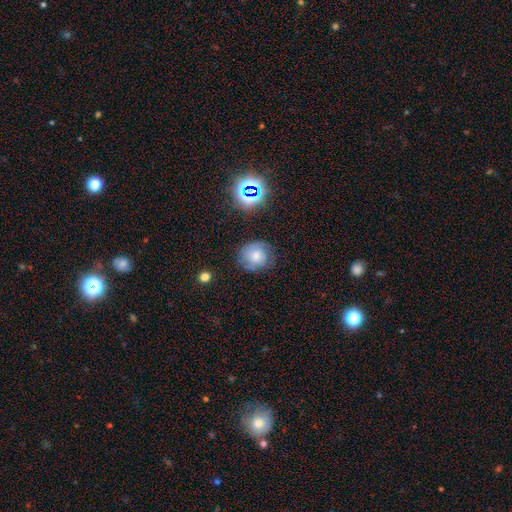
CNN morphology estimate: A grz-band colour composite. It shows a smooth galaxy with no disk features (61%) that is round (80%). Merging: none (69%).